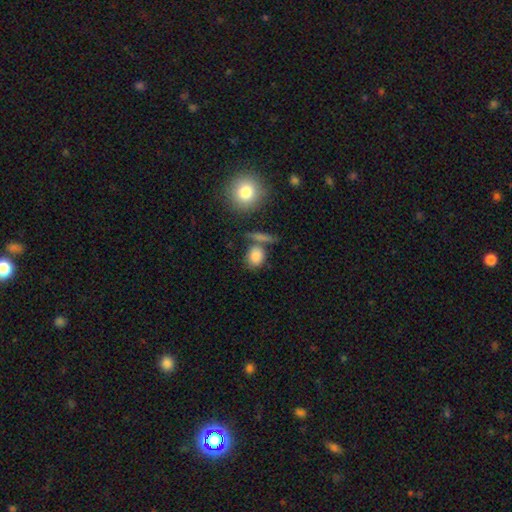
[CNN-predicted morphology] Smooth or featured: smooth — 84% (star or artifact — 9%)
How rounded: round — 61% (in between — 35%)
Merging: none — 60% (merger — 21%)